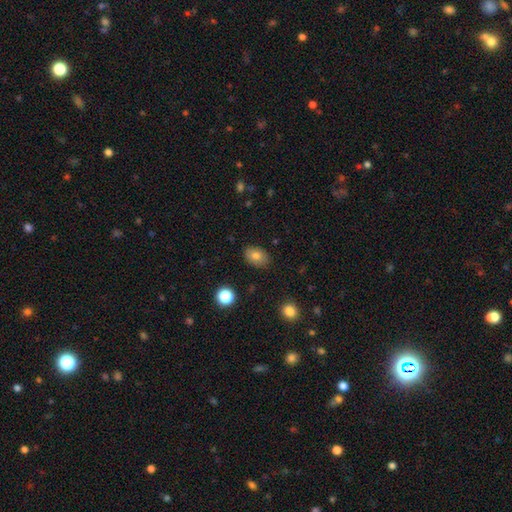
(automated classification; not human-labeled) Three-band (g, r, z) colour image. It shows a smooth galaxy with no disk features (79%) that is in between round and cigar-shaped (76%). Merging: none (85%).